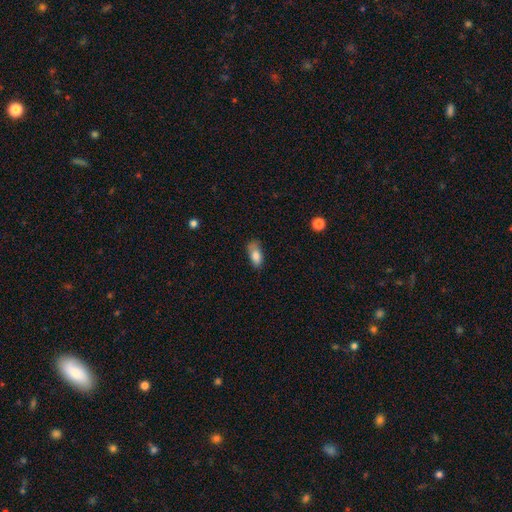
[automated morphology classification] smooth 82%, featured or disk 10%, star or artifact 8%. Down the decision tree: how rounded — in between (86%); merging — none (60%).